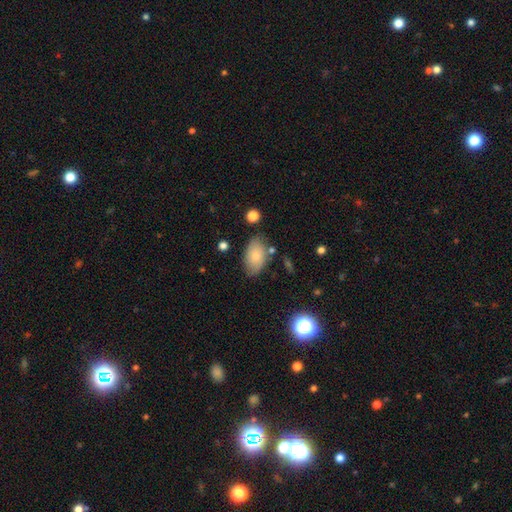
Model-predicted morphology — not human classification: Smooth or featured? Predicted: smooth (p=0.77). How rounded? Predicted: in between (p=0.91). Merging? Predicted: none (p=0.72).